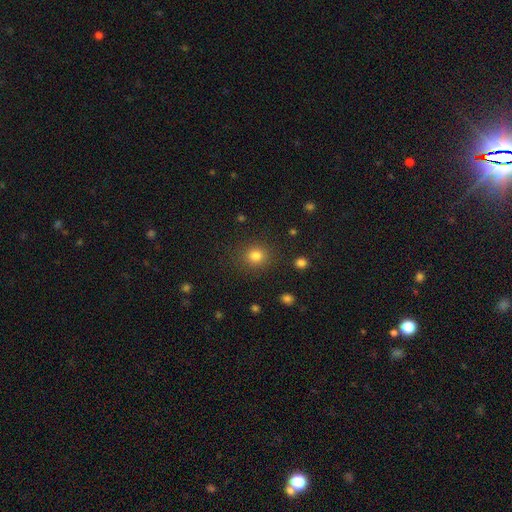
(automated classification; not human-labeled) Morphology: type=smooth (81%); roundness=round (87%); merging=none (88%).